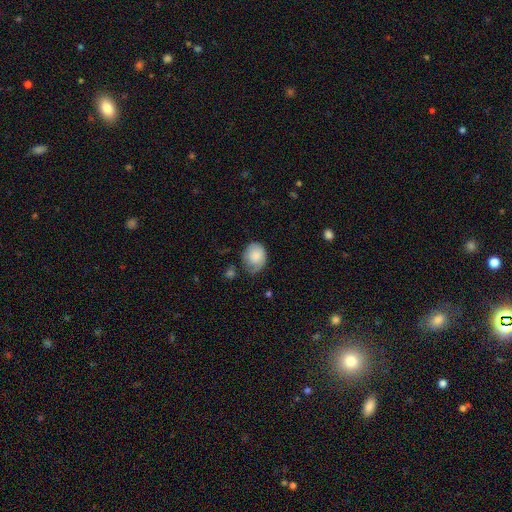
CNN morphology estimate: smooth_or_featured: smooth (p=0.78) [alt: featured or disk p=0.15]
how_rounded: in between (p=0.50) [alt: round p=0.49]
merging: none (p=0.48) [alt: minor disturbance p=0.36]